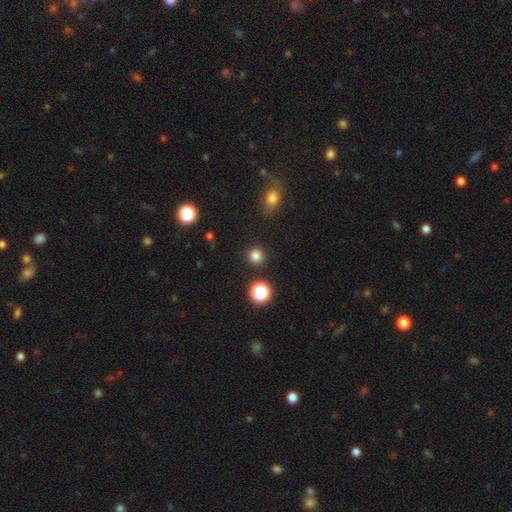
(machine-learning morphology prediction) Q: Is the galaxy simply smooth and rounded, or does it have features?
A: smooth — 80%.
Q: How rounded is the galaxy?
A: round — 94%.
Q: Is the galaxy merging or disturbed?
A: none — 90%.